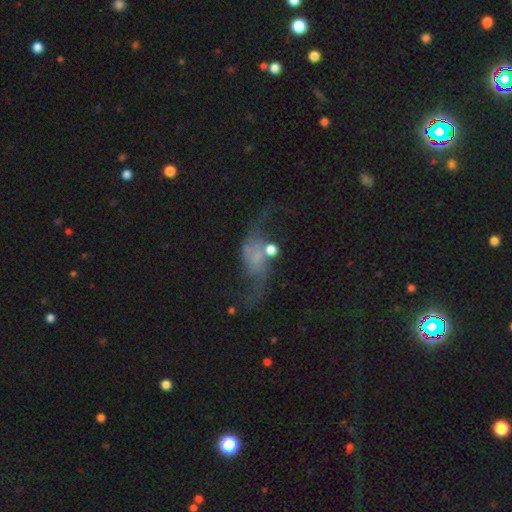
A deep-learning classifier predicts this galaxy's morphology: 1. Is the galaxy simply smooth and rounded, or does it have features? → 71% featured or disk, 17% smooth, 12% star or artifact.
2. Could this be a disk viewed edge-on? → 96% no, 4% yes.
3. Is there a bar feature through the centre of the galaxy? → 63% no, 29% weak, 9% strong.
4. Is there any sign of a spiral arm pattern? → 86% yes, 14% no.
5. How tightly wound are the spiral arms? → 88% loose, 9% medium, 3% tight.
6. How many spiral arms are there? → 91% 2, 4% 1, 2% can't tell, 1% 3, 1% 4, 1% more than 4.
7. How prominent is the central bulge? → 48% none, 28% small, 15% moderate, 6% large, 3% dominant.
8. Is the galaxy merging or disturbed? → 42% none, 26% major disturbance, 18% minor disturbance, 13% merger.